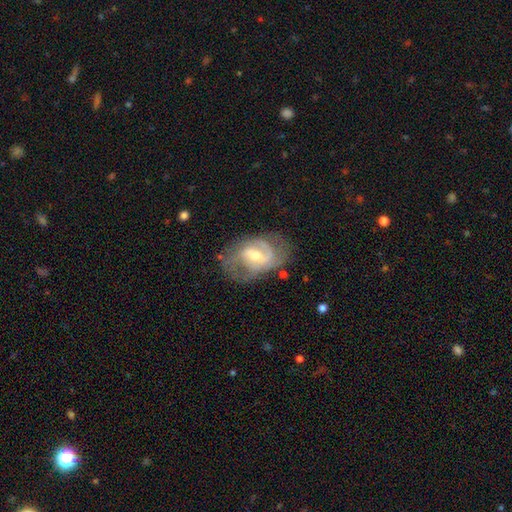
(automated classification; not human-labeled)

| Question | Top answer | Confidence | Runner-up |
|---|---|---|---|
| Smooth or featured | featured or disk | 83% | smooth (11%) |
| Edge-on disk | no | 97% | yes (3%) |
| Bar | weak | 56% | strong (25%) |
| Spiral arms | yes | 92% | no (8%) |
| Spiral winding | medium | 49% | tight (31%) |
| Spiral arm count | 2 | 59% | can't tell (16%) |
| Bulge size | moderate | 55% | small (39%) |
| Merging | none | 60% | minor disturbance (23%) |